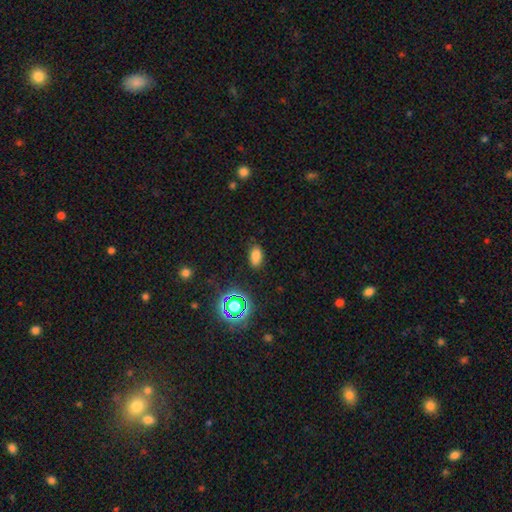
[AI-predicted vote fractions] Overall: smooth (75%). How rounded: in between (90%). Merging: none (83%).